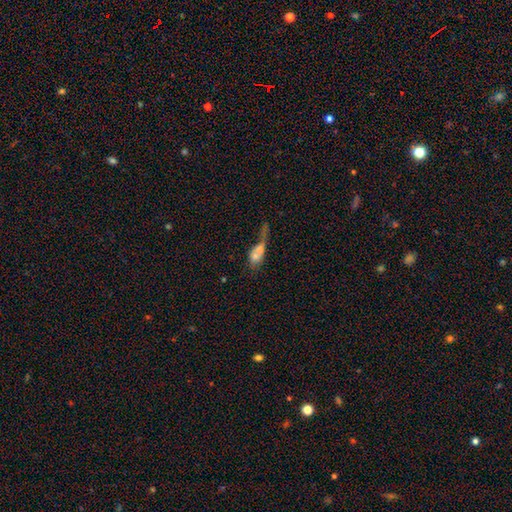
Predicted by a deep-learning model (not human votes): Smooth or featured? smooth (51%)
How rounded? in between (61%)
Merging? merger (50%)